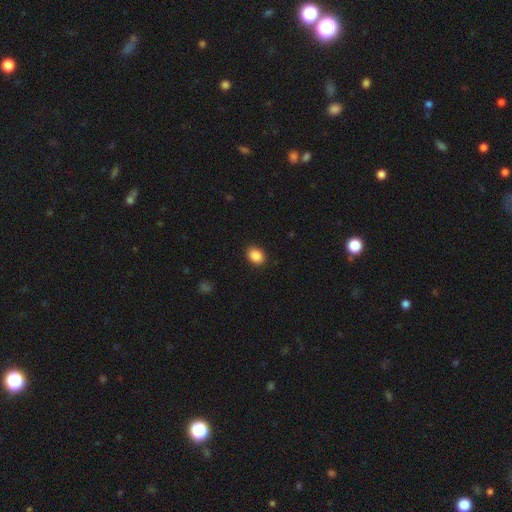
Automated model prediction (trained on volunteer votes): smooth-or-featured: smooth: 89% | star or artifact: 8% | featured or disk: 3%
  how-rounded: in between: 65% | round: 34% | cigar-shaped: 1%
  merging: none: 90% | minor disturbance: 7% | major disturbance: 2% | merger: 1%